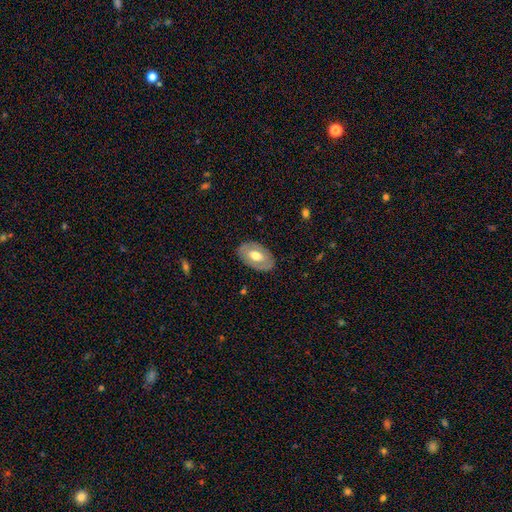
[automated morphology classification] Overall: smooth (49%; featured or disk 45%). Merging: none (83%).